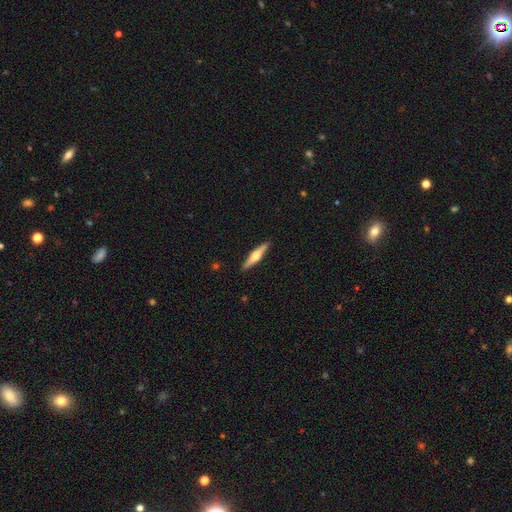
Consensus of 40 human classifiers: Overall: featured or disk (78%). Edge-on disk: yes (97%). Edge-on bulge: rounded (93%). Merging: none (95%).